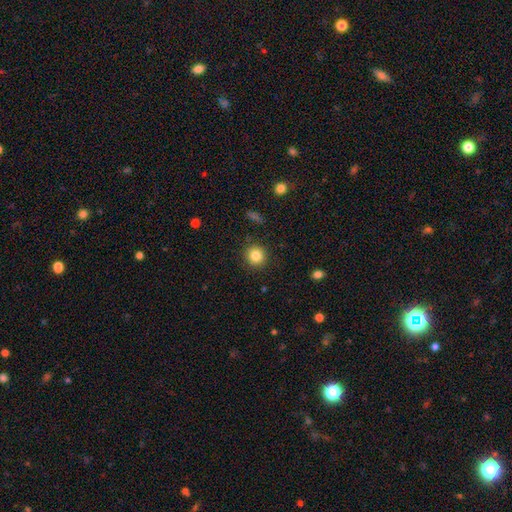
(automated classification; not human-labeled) A smooth galaxy with no disk features (84%) that is round (92%).

Vote fractions:
- Smooth or featured? smooth: 84% / star or artifact: 10% / featured or disk: 5%
- How rounded? round: 92% / in between: 7% / cigar-shaped: 1%
- Merging? none: 90% / minor disturbance: 6% / major disturbance: 2% / merger: 1%